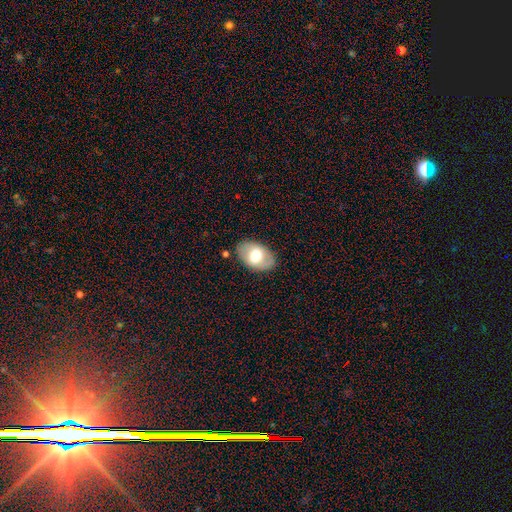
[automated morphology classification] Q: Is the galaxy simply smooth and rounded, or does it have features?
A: smooth — 61%.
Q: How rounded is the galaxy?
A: in between — 90%.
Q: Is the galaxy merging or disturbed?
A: none — 84%.